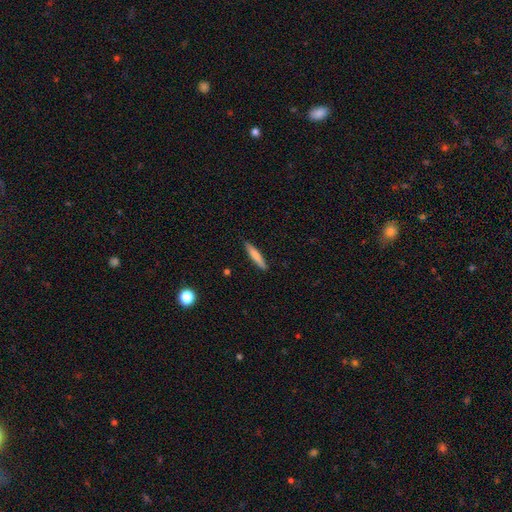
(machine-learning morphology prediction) Smooth or featured: smooth — 74% (featured or disk — 20%)
How rounded: cigar-shaped — 91% (in between — 8%)
Merging: none — 90% (minor disturbance — 7%)